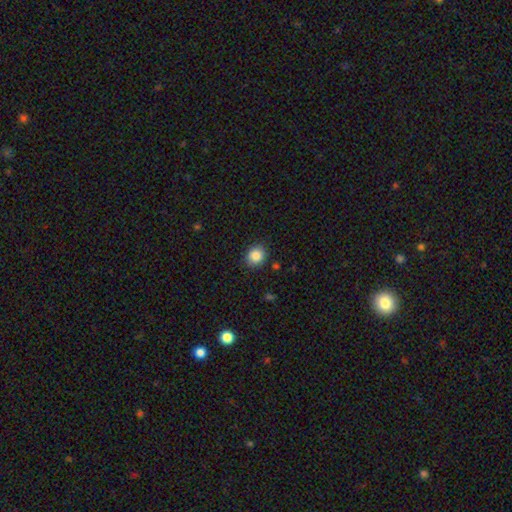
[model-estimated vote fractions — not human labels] A smooth galaxy with no disk features (86%) that is round (71%). Merging: none (88%).